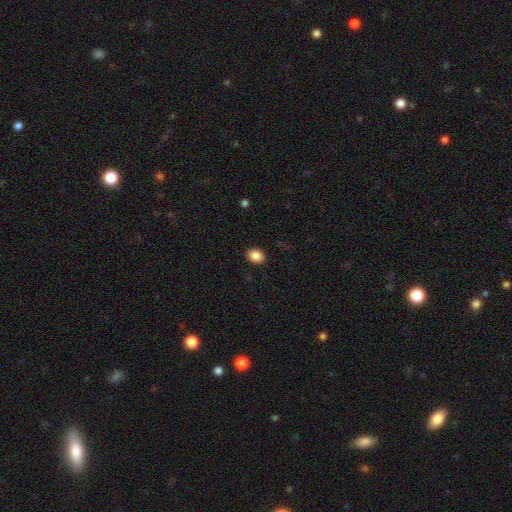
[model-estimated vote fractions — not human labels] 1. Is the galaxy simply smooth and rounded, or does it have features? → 88% smooth, 9% star or artifact, 4% featured or disk.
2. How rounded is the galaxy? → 51% in between, 48% round, 1% cigar-shaped.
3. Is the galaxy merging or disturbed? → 90% none, 7% minor disturbance, 2% major disturbance, 1% merger.